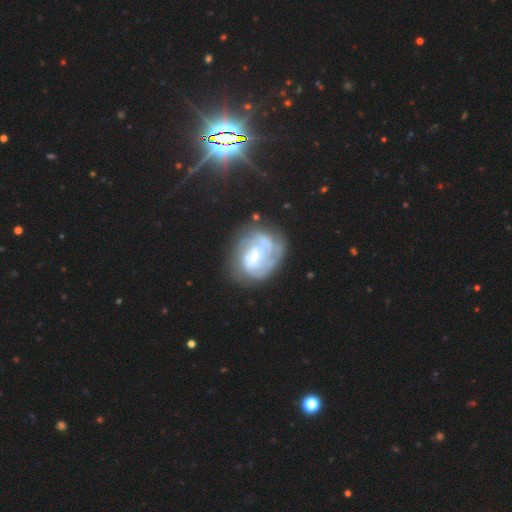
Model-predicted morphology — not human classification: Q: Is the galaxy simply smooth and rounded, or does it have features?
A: featured or disk — 80%.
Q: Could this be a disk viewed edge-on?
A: no — 98%.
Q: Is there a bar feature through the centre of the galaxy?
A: no — 45%.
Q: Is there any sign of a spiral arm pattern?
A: yes — 89%.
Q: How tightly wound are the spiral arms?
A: tight — 64%.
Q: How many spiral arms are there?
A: can't tell — 43%.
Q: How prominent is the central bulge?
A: small — 65%.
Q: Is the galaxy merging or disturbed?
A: none — 62%.